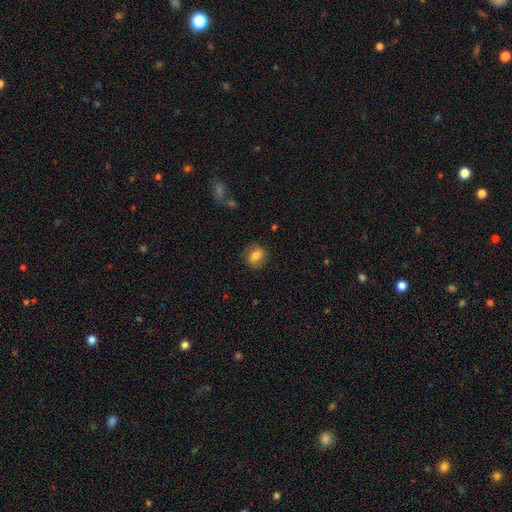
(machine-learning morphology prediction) This is likely a smooth galaxy (67%). How rounded: possibly round (49%, tied with in between). Merging: likely none (76%).